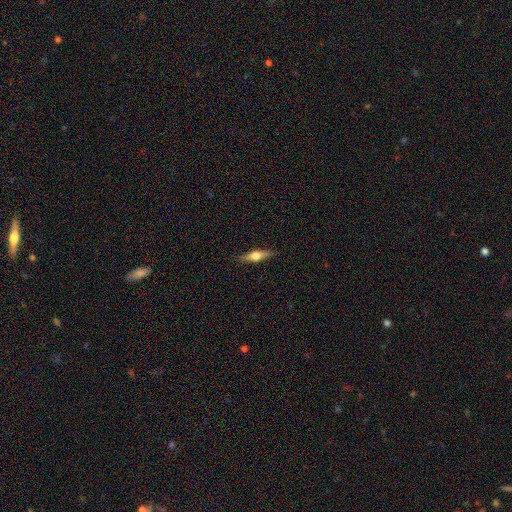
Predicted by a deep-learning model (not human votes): Overall: featured or disk (62%; smooth 32%). Edge-on disk: yes (96%). Edge-on bulge: rounded (94%). Merging: none (88%).